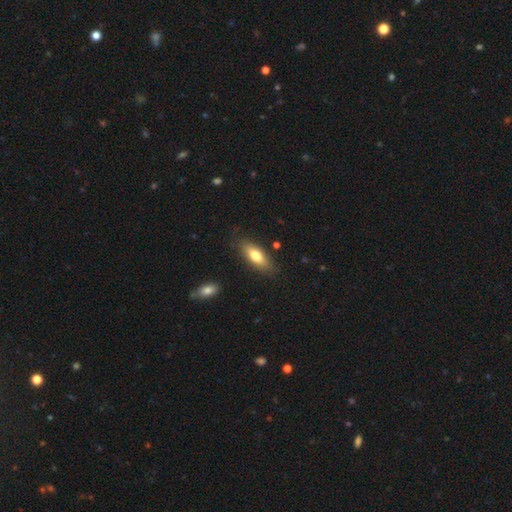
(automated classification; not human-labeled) A smooth galaxy with no disk features (73%) that is in between round and cigar-shaped (72%). Merging: none (83%).